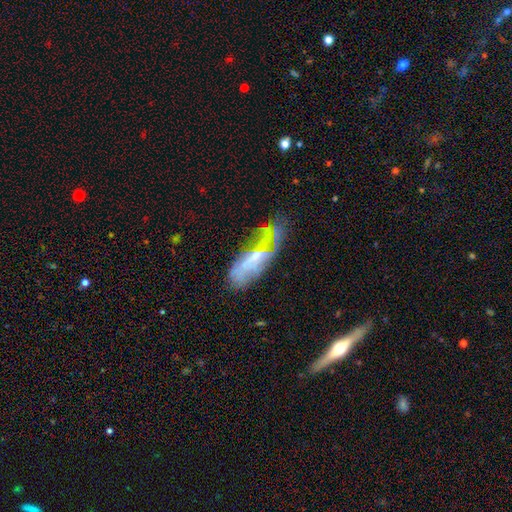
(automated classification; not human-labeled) smooth_or_featured: featured or disk (p=0.69) [alt: smooth p=0.22]
disk_edge_on: no (p=0.80) [alt: yes p=0.20]
bar: no (p=0.51) [alt: weak p=0.35]
has_spiral_arms: yes (p=0.68) [alt: no p=0.32]
bulge_size: small (p=0.55) [alt: moderate p=0.27]
merging: none (p=0.45) [alt: minor disturbance p=0.26]